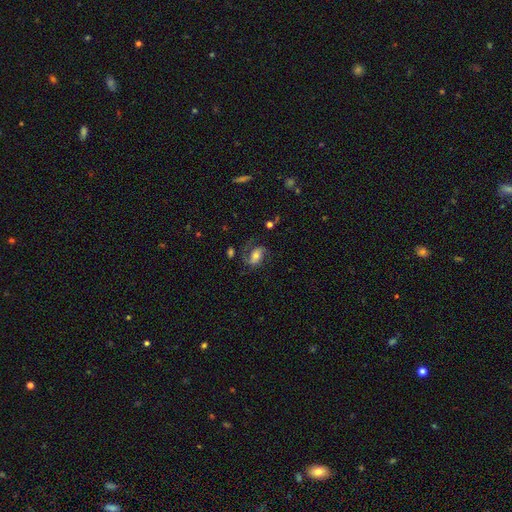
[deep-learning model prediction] smooth-or-featured: featured or disk: 64% | smooth: 27% | star or artifact: 9%
  disk-edge-on: no: 96% | yes: 4%
    bar: no: 43% | weak: 34% | strong: 23%
    has-spiral-arms: yes: 90% | no: 10%
      spiral-winding: medium: 46% | loose: 36% | tight: 19%
      spiral-arm-count: 2: 75% | 1: 15% | can't tell: 6% | 3: 2% | 4: 1% | more than 4: 1%
    bulge-size: moderate: 53% | small: 30% | large: 12% | none: 3% | dominant: 2%
  merging: none: 57% | major disturbance: 21% | minor disturbance: 19% | merger: 3%